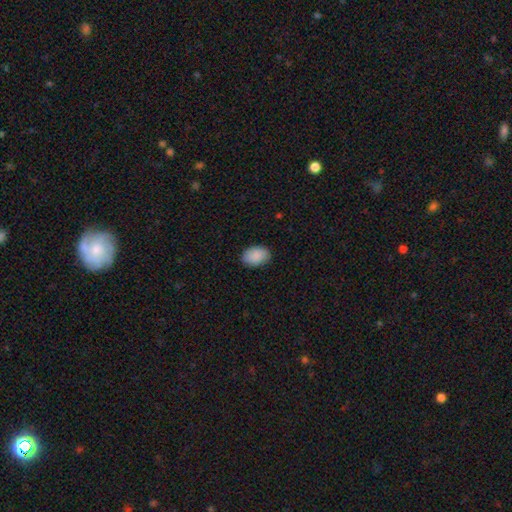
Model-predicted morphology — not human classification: A smooth galaxy with no disk features (90%) that is in between round and cigar-shaped (85%). Merging: none (87%).